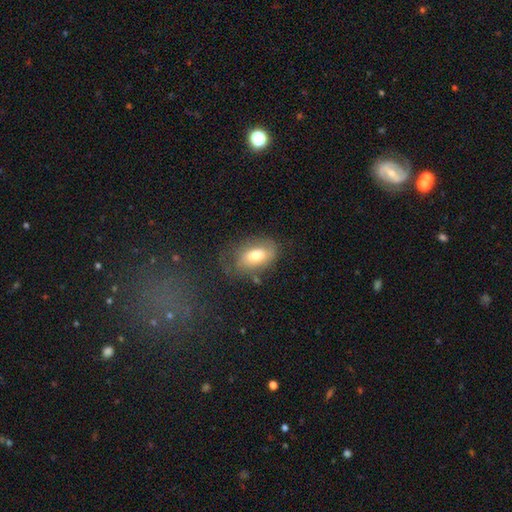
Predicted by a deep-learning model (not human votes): The model was most divided on "merging": none: 55%, minor disturbance: 26%, major disturbance: 15%, merger: 3%. More confident: how rounded — in between (86%); smooth or featured — smooth (66%).